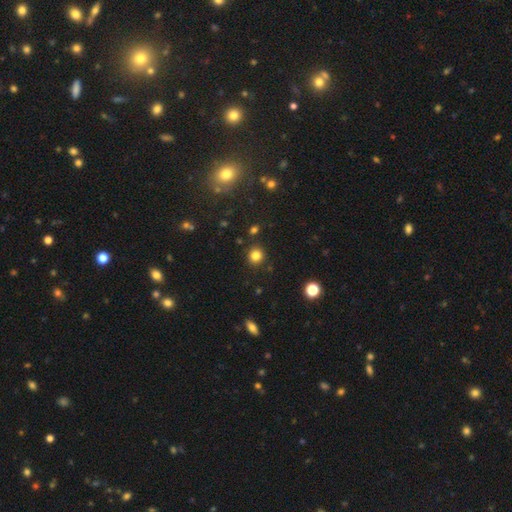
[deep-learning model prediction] The model was most divided on "smooth or featured": smooth: 81%, star or artifact: 13%, featured or disk: 5%. More confident: how rounded — round (90%); merging — none (89%).